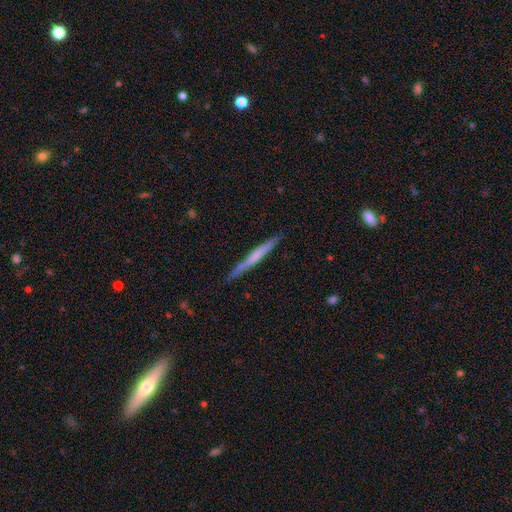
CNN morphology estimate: A featured or disk galaxy (49%). Merging: none (88%).